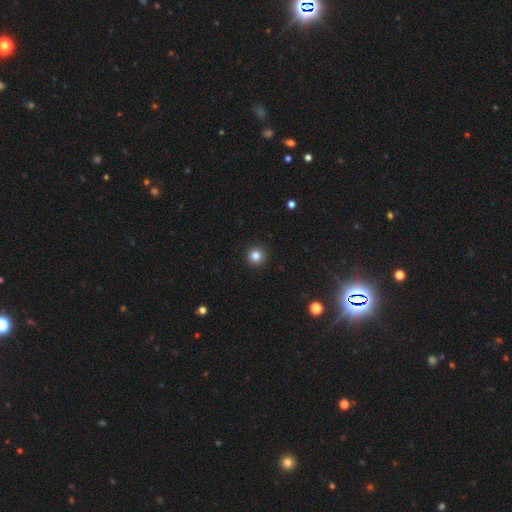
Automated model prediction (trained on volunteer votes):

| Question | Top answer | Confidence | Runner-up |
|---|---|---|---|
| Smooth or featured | smooth | 83% | star or artifact (12%) |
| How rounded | round | 96% | in between (3%) |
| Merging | none | 93% | minor disturbance (4%) |